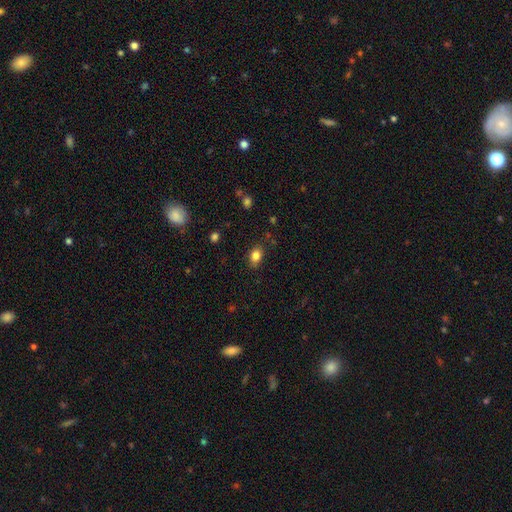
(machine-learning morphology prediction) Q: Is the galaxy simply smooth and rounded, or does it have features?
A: smooth — 83%.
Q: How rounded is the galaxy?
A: in between — 68%.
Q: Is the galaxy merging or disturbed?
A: none — 81%.